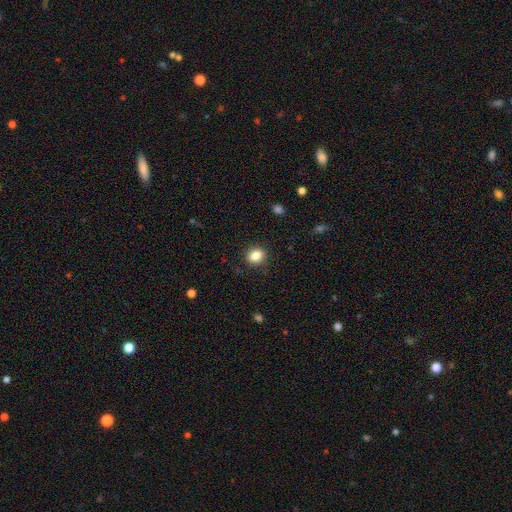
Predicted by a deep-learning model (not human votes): Overall: smooth (84%). How rounded: round (51%; in between 48%). Merging: none (89%).